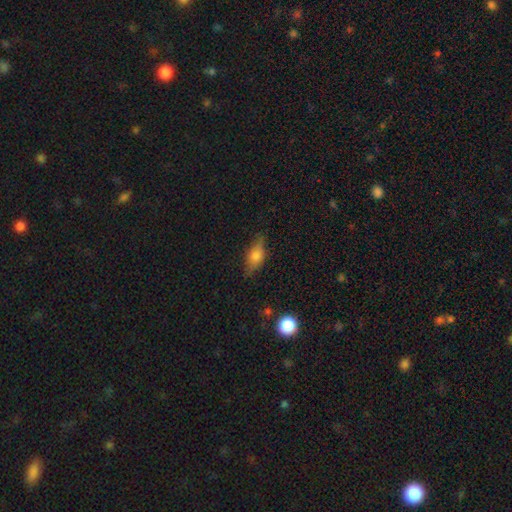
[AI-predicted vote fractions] A smooth galaxy with no disk features (57%) that is in between round and cigar-shaped (71%). Merging: none (77%).